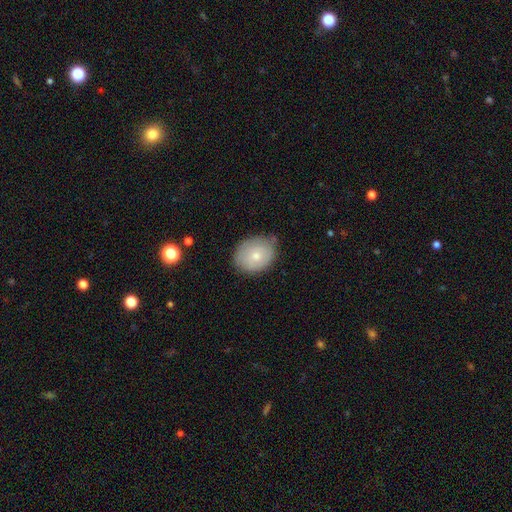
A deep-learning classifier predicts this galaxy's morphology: Overall: smooth (72%). How rounded: round (51%; in between 48%). Merging: none (67%).